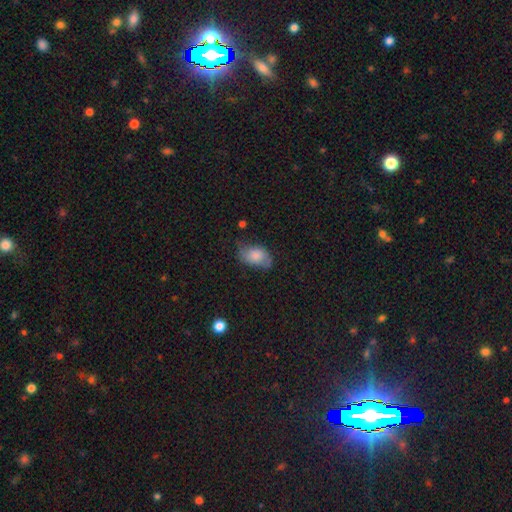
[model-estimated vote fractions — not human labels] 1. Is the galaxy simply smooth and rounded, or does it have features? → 72% smooth, 20% featured or disk, 8% star or artifact.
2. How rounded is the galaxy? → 88% in between, 11% round, 2% cigar-shaped.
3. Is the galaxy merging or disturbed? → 50% none, 34% minor disturbance, 14% major disturbance, 3% merger.